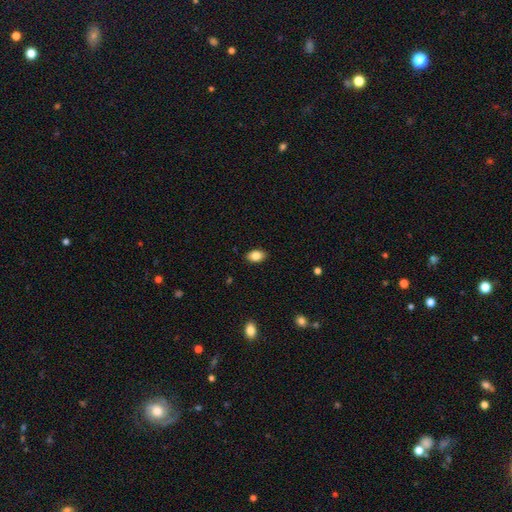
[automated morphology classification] Smooth or featured?
  - smooth: 85% *
  - star or artifact: 8%
  - featured or disk: 7%
How rounded?
  - in between: 87% *
  - round: 12%
  - cigar-shaped: 1%
Merging?
  - none: 89% *
  - minor disturbance: 9%
  - major disturbance: 2%
  - merger: 1%